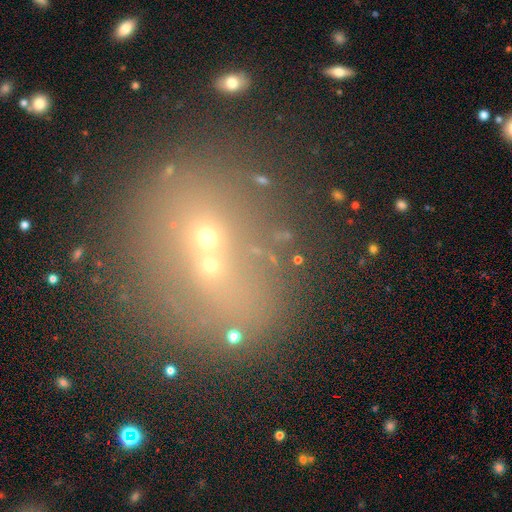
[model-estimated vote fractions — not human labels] Overall: smooth (40%; star or artifact 39%). Merging: none (47%; merger 40%).